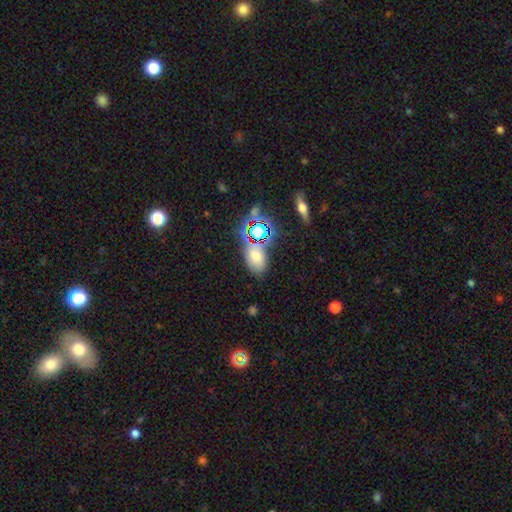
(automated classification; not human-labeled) smooth 58%, star or artifact 29%, featured or disk 14%. Down the decision tree: how rounded — in between (83%); merging — none (68%).